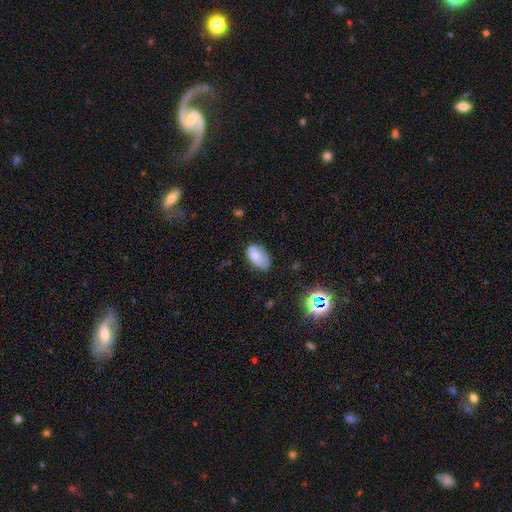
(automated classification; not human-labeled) A smooth galaxy with no disk features (72%) that is in between round and cigar-shaped (93%). Merging: none (57%).